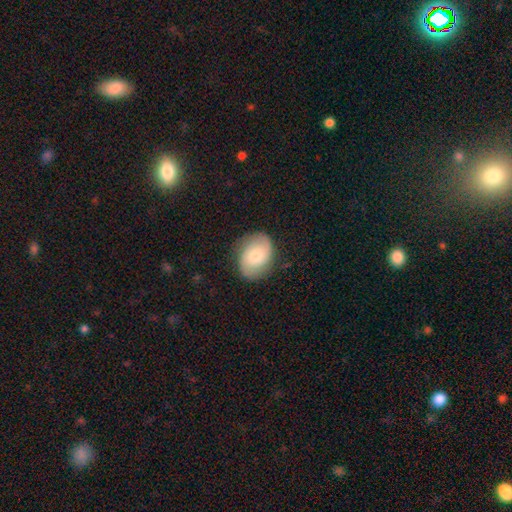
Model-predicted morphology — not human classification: This appears to be a smooth galaxy with no disk features (48%). Merging: none (80%).